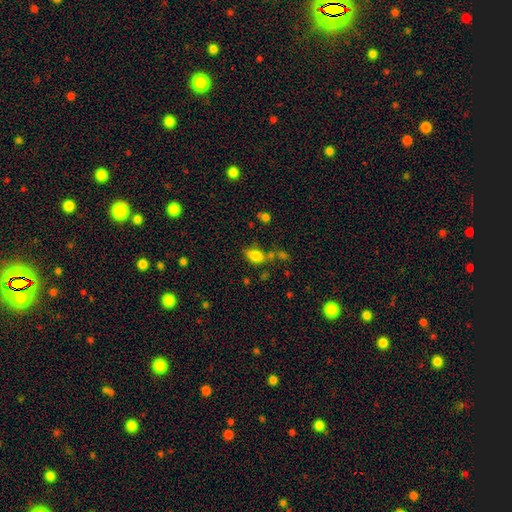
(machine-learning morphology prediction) The model was most divided on "merging": none: 55%, minor disturbance: 21%, merger: 15%, major disturbance: 9%. More confident: how rounded — in between (81%); smooth or featured — smooth (80%).